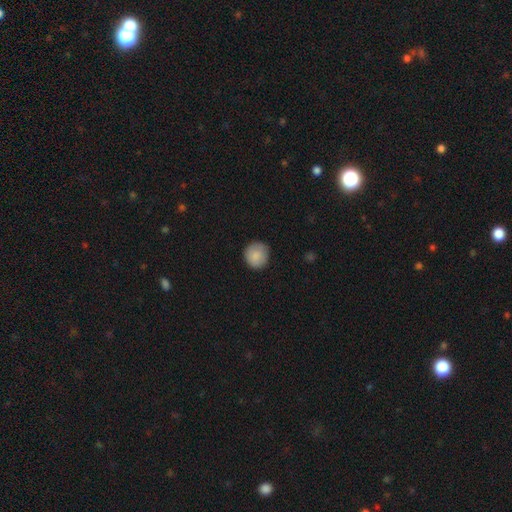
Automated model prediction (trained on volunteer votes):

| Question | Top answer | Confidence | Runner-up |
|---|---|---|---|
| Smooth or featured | smooth | 86% | star or artifact (7%) |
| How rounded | round | 92% | in between (7%) |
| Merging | none | 83% | minor disturbance (13%) |